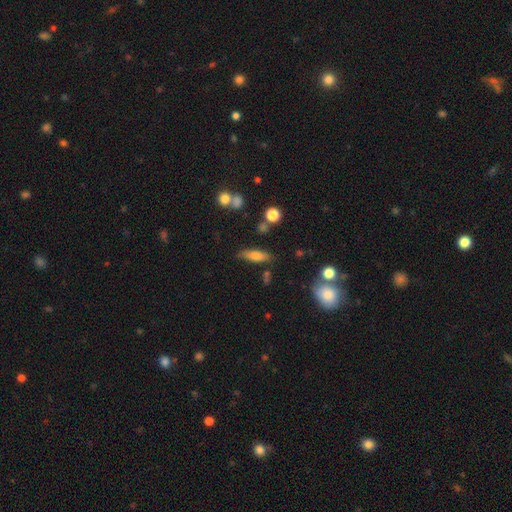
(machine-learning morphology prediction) smooth_or_featured: smooth (p=0.66) [alt: featured or disk p=0.25]
how_rounded: cigar-shaped (p=0.55) [alt: in between p=0.42]
merging: none (p=0.75) [alt: minor disturbance p=0.15]